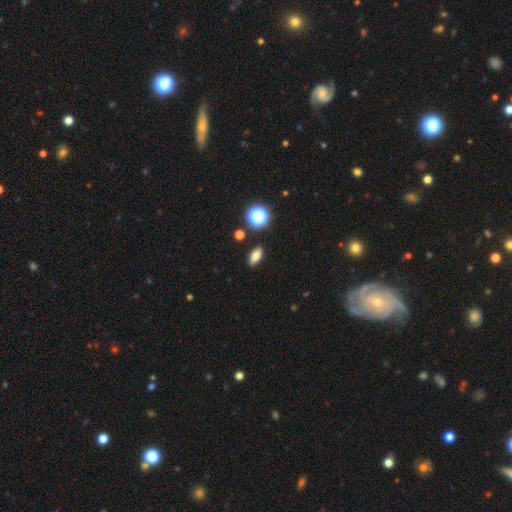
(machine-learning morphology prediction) Overall: smooth (72%). How rounded: in between (74%). Merging: none (89%).